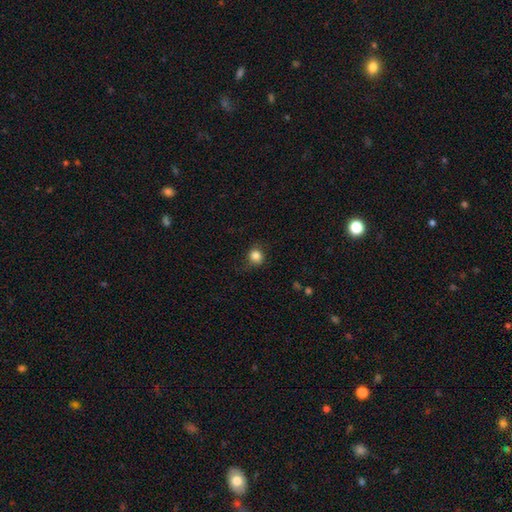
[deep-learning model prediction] Q: Smooth or featured?
A: smooth (84%); runner-up: star or artifact (11%)
Q: How rounded?
A: round (80%); runner-up: in between (19%)
Q: Merging?
A: none (76%); runner-up: minor disturbance (17%)